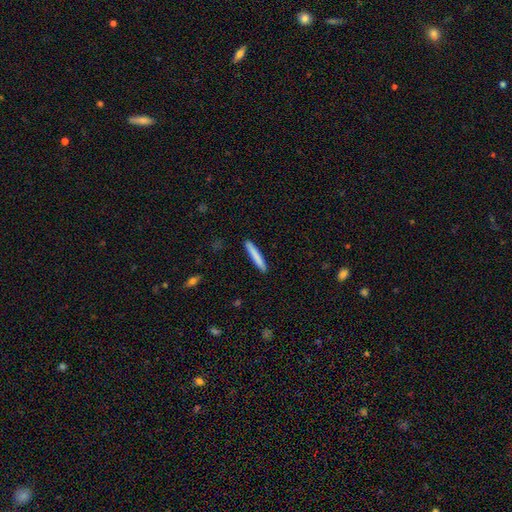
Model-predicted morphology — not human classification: Smooth or featured? smooth (81%)
How rounded? cigar-shaped (95%)
Merging? none (91%)